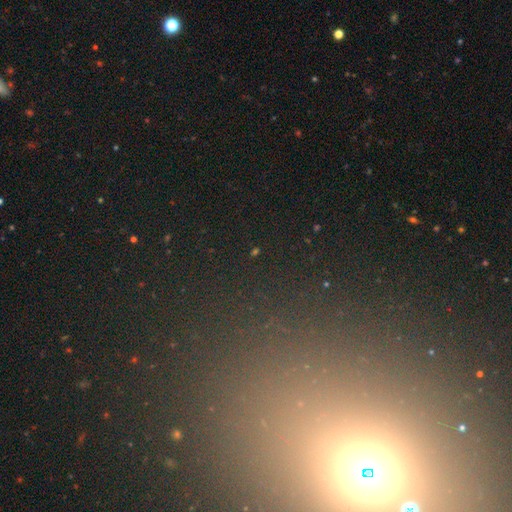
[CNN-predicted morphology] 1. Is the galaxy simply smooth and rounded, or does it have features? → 71% star or artifact, 17% smooth, 13% featured or disk.